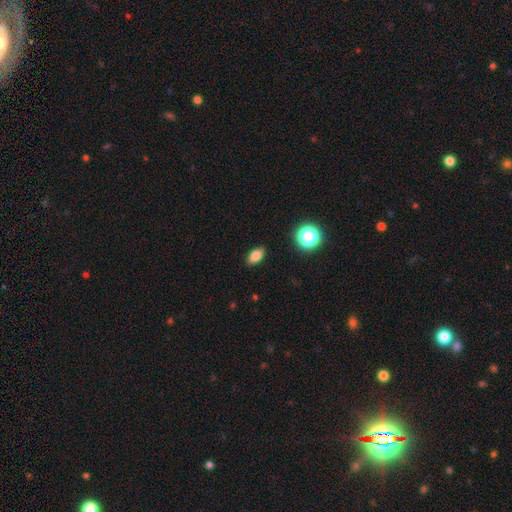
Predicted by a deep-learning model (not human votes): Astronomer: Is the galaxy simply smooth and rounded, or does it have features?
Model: smooth — 80%.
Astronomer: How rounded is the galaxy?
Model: in between — 87%.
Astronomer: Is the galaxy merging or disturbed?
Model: none — 89%.